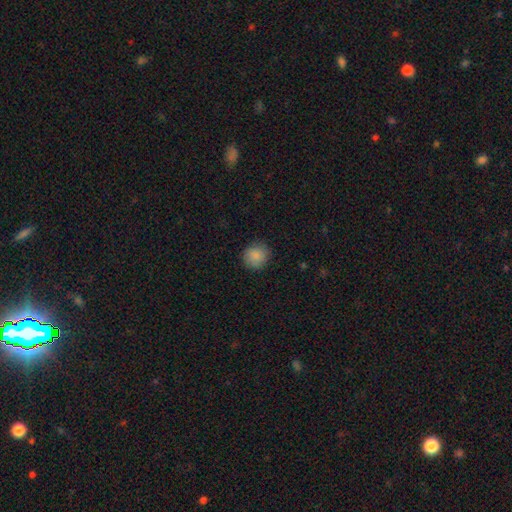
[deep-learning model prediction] This is clearly a smooth galaxy (87%). How rounded: clearly round (89%). Merging: clearly none (87%).